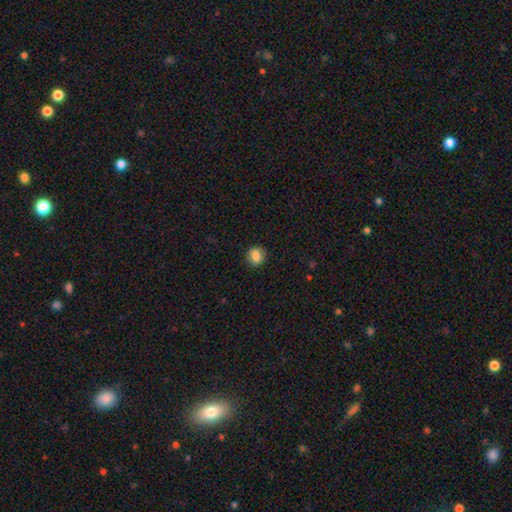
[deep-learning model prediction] smooth-or-featured: smooth: 83% | star or artifact: 9% | featured or disk: 8%
  how-rounded: round: 73% | in between: 26% | cigar-shaped: 1%
  merging: none: 86% | minor disturbance: 10% | major disturbance: 3% | merger: 1%